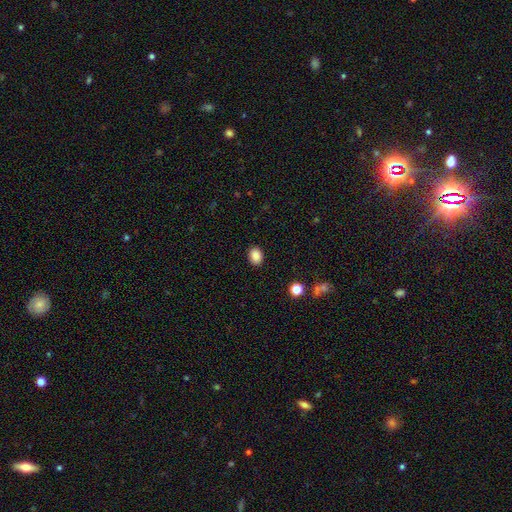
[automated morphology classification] A smooth galaxy with no disk features (88%) that is in between round and cigar-shaped (66%).

Vote fractions:
- Smooth or featured? smooth: 88% / star or artifact: 9% / featured or disk: 3%
- How rounded? in between: 66% / round: 33% / cigar-shaped: 1%
- Merging? none: 90% / minor disturbance: 7% / major disturbance: 2% / merger: 1%